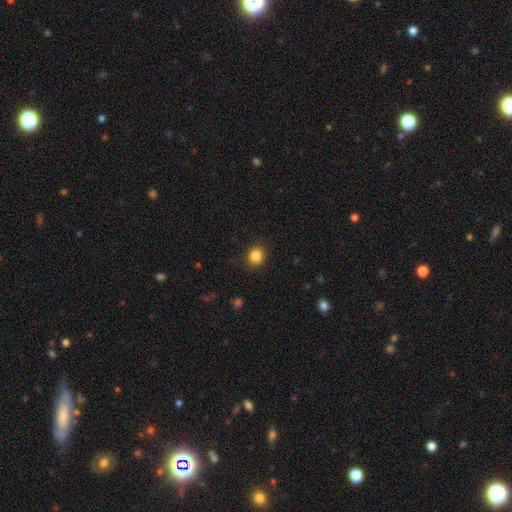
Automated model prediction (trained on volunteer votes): smooth 85%, star or artifact 11%, featured or disk 5%. Down the decision tree: how rounded — round (76%); merging — none (86%).